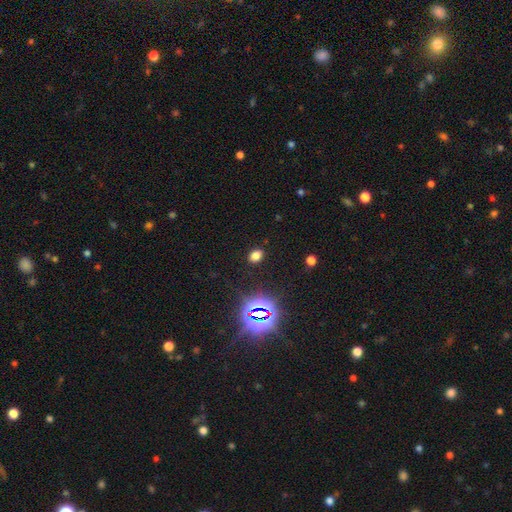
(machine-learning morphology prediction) This appears to be a smooth galaxy with no disk features (70%) that is in between round and cigar-shaped (72%). Merging: none (87%).